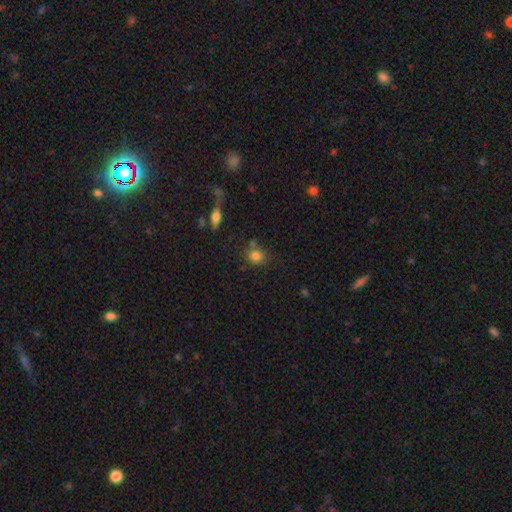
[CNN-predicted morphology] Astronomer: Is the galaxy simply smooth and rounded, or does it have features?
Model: smooth — 81%.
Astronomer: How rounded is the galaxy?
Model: round — 66%.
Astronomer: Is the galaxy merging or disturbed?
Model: none — 66%.